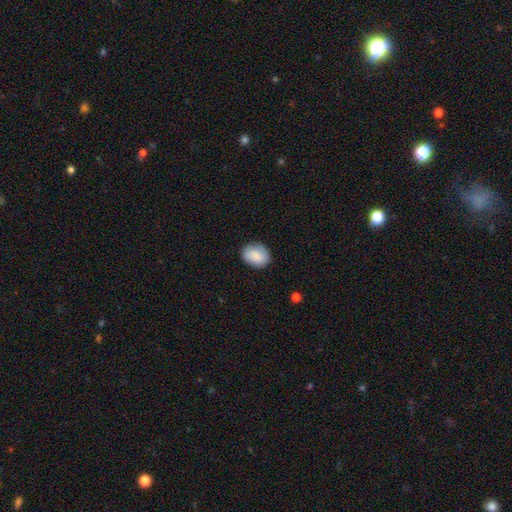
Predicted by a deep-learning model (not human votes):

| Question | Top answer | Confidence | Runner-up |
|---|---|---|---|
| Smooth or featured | smooth | 84% | featured or disk (10%) |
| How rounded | in between | 54% | round (45%) |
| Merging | none | 80% | minor disturbance (16%) |